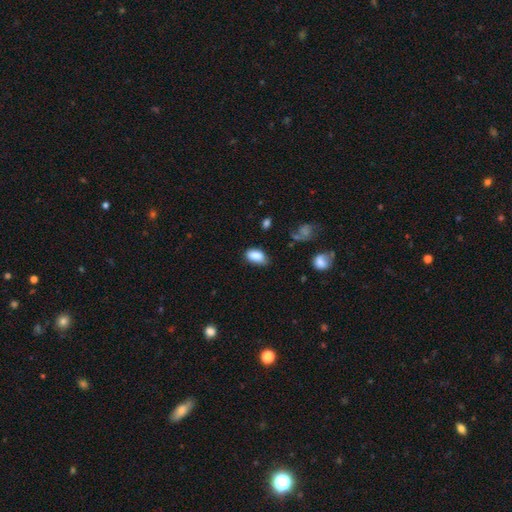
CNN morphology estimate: Smooth or featured? smooth (87%)
How rounded? in between (92%)
Merging? none (65%)